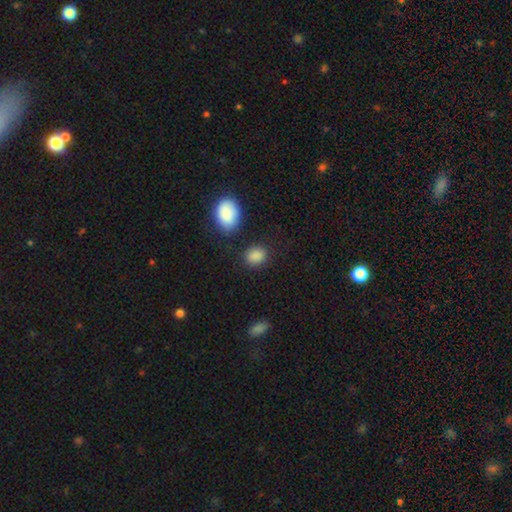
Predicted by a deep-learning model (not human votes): The model was most divided on "how rounded": in between: 58%, round: 40%, cigar-shaped: 1%. More confident: smooth or featured — smooth (88%); merging — none (80%).